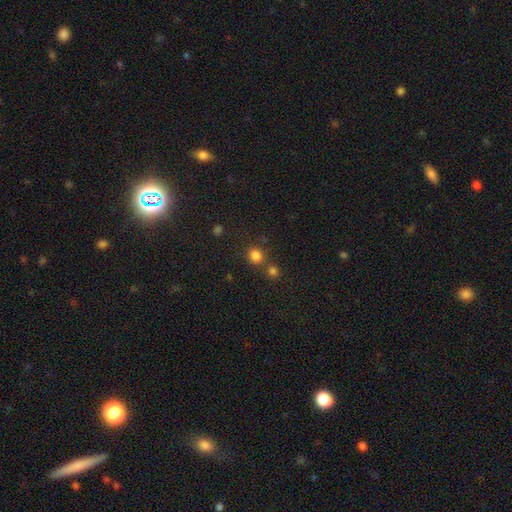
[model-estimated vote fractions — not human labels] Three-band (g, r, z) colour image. It shows a smooth galaxy with no disk features (81%) that is round (85%). Merging: none (71%).